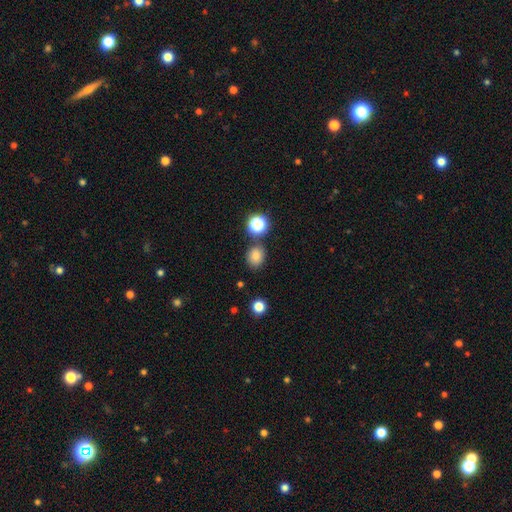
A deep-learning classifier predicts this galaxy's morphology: Smooth or featured? Predicted: smooth (p=0.80). How rounded? Predicted: round (p=0.65). Merging? Predicted: none (p=0.77).